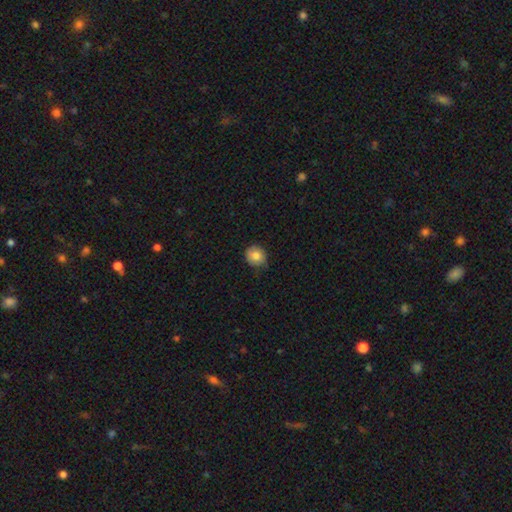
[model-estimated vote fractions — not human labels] This appears to be a smooth galaxy with no disk features (83%) that is round (81%). Merging: none (82%).